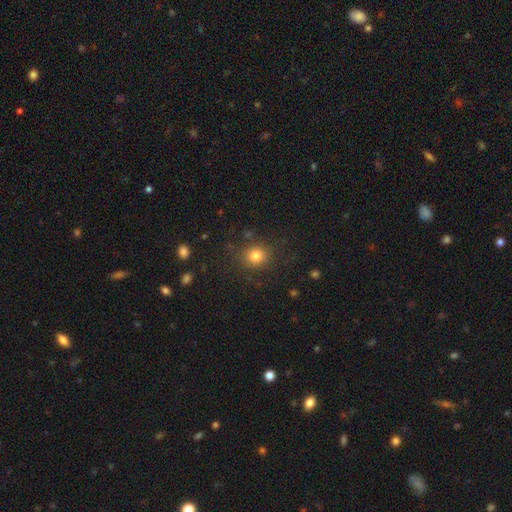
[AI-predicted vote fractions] Overall: smooth (81%). How rounded: round (84%). Merging: none (85%).